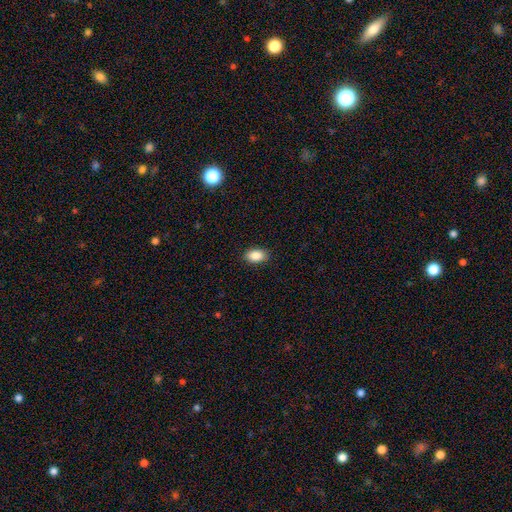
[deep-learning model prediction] A smooth galaxy with no disk features (88%) that is in between round and cigar-shaped (89%).

Vote fractions:
- Smooth or featured? smooth: 88% / star or artifact: 8% / featured or disk: 5%
- How rounded? in between: 89% / round: 9% / cigar-shaped: 2%
- Merging? none: 89% / minor disturbance: 8% / major disturbance: 2% / merger: 1%